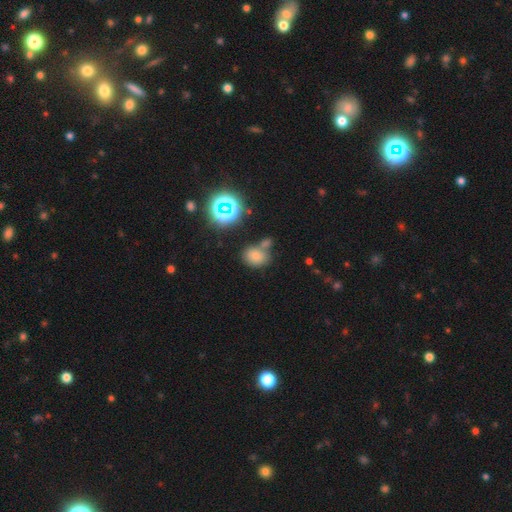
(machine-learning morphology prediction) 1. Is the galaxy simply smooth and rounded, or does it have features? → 66% smooth, 23% star or artifact, 11% featured or disk.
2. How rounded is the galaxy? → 55% round, 44% in between, 1% cigar-shaped.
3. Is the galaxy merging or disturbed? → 55% none, 28% merger, 12% minor disturbance, 4% major disturbance.